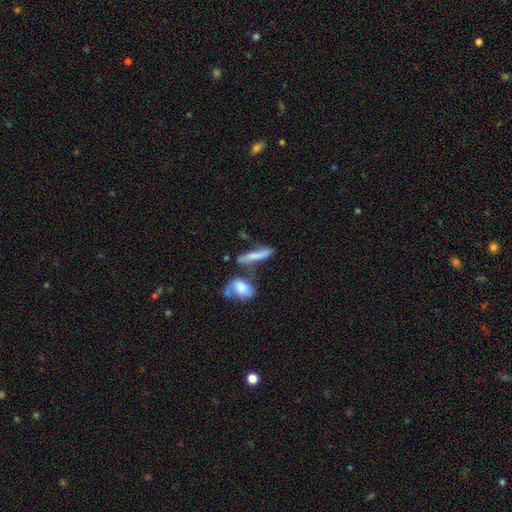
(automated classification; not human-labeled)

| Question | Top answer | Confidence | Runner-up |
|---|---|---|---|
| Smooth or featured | smooth | 58% | featured or disk (34%) |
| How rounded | cigar-shaped | 75% | in between (22%) |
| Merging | none | 45% | merger (29%) |